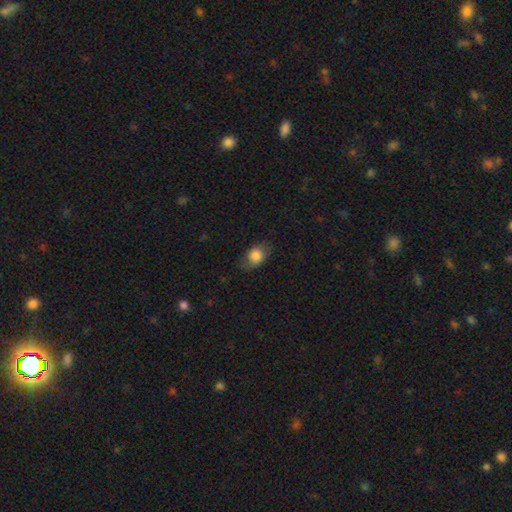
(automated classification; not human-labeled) Smooth or featured? Predicted: smooth (p=0.79). How rounded? Predicted: in between (p=0.72). Merging? Predicted: none (p=0.71).